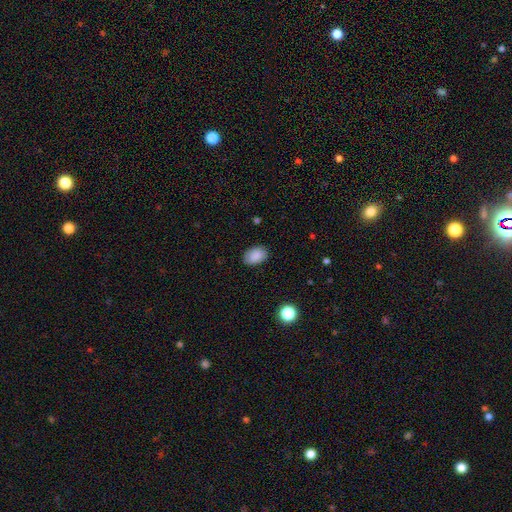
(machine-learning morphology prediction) smooth-or-featured: smooth: 88% | star or artifact: 8% | featured or disk: 4%
  how-rounded: in between: 87% | round: 12% | cigar-shaped: 1%
  merging: none: 86% | minor disturbance: 11% | major disturbance: 2% | merger: 1%